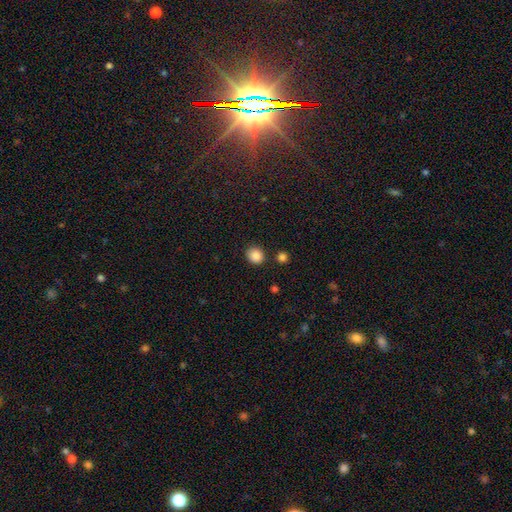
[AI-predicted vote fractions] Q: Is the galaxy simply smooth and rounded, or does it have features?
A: smooth — 86%.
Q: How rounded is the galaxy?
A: round — 78%.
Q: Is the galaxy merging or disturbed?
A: none — 85%.